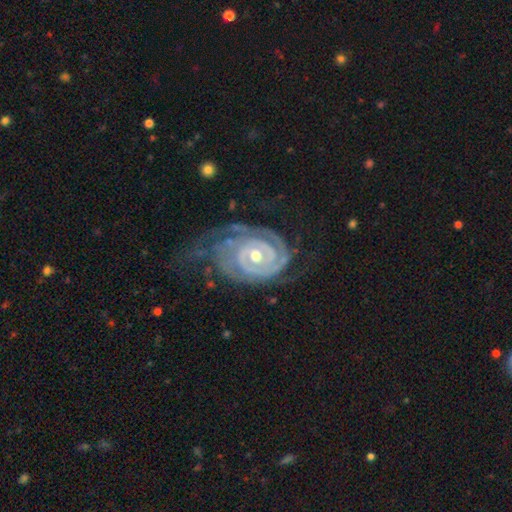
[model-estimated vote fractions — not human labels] Smooth or featured: featured or disk — 91% (smooth — 5%)
Edge-on disk: no — 97% (yes — 3%)
Bar: no — 66% (weak — 24%)
Spiral arms: yes — 97% (no — 3%)
Spiral winding: tight — 80% (medium — 16%)
Spiral arm count: 2 — 46% (3 — 18%)
Bulge size: moderate — 68% (small — 27%)
Merging: none — 55% (minor disturbance — 23%)